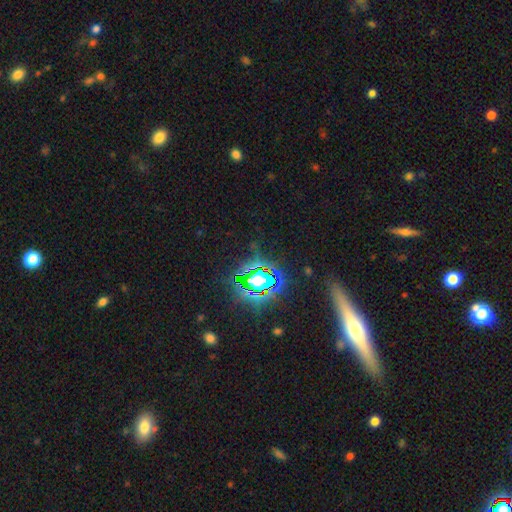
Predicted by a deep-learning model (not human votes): This is likely a star or artifact rather than a galaxy (69%).